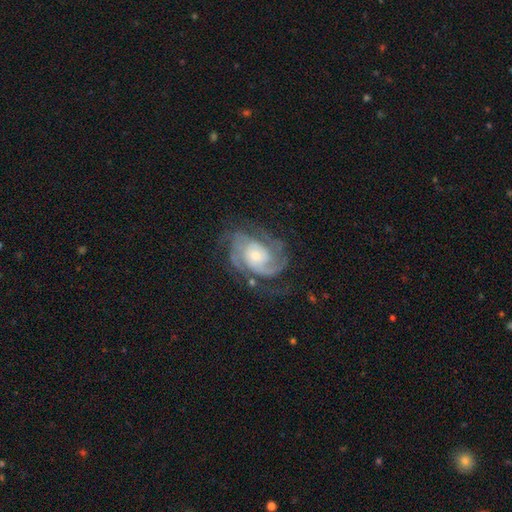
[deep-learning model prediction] Smooth or featured: featured or disk — 89% (smooth — 6%)
Edge-on disk: no — 98% (yes — 2%)
Bar: no — 72% (weak — 23%)
Spiral arms: yes — 97% (no — 3%)
Spiral winding: tight — 52% (medium — 38%)
Spiral arm count: 2 — 33% (3 — 28%)
Bulge size: small — 46% (moderate — 44%)
Merging: none — 64% (minor disturbance — 19%)